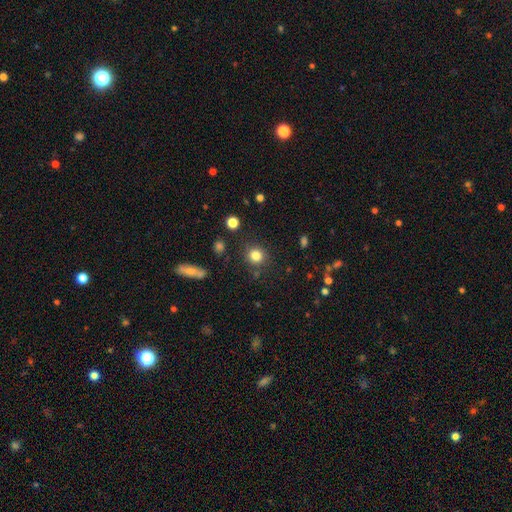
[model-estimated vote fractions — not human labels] smooth 82%, star or artifact 12%, featured or disk 6%. Down the decision tree: how rounded — round (89%); merging — none (85%).